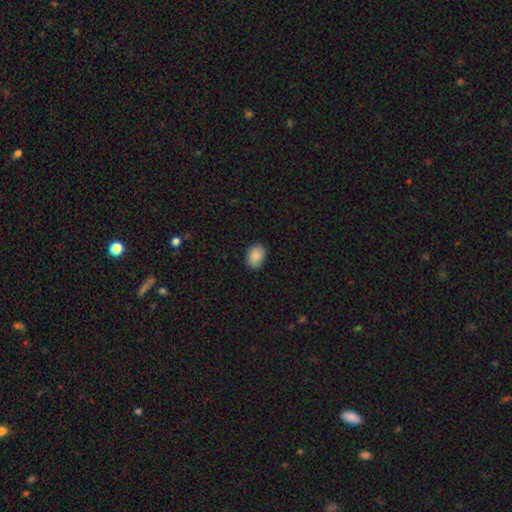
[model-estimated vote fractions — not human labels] Smooth or featured: smooth — 88% (star or artifact — 7%)
How rounded: in between — 74% (round — 25%)
Merging: none — 84% (minor disturbance — 12%)